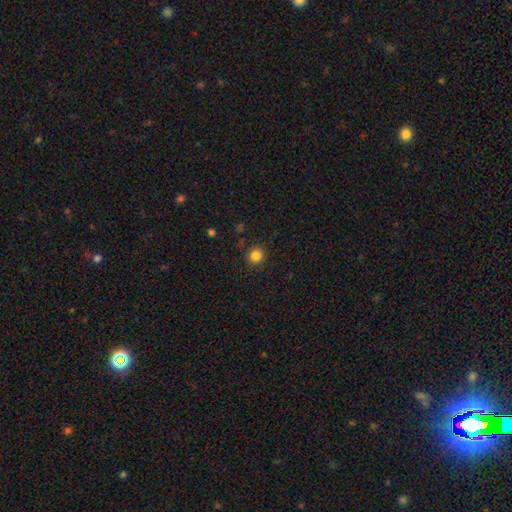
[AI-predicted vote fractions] This appears to be a smooth galaxy with no disk features (84%) that is round (91%). Merging: none (89%).